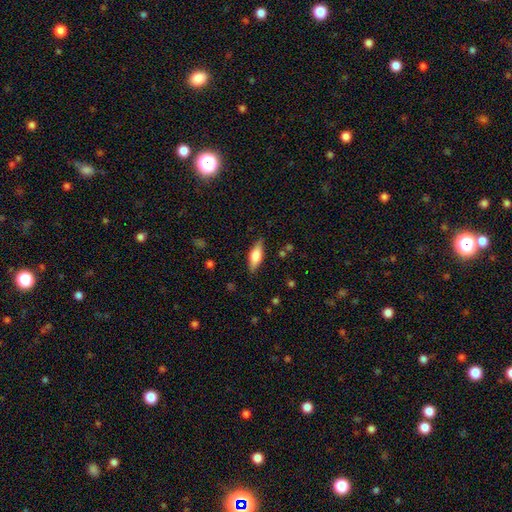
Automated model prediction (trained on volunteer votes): Smooth or featured: smooth — 66% (featured or disk — 28%)
How rounded: in between — 67% (cigar-shaped — 30%)
Merging: none — 84% (minor disturbance — 12%)